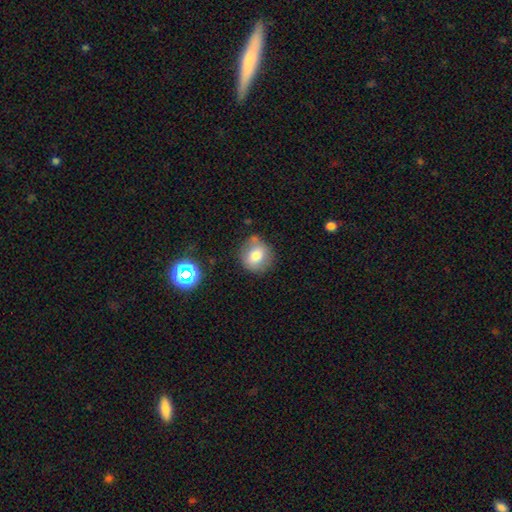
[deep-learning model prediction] smooth-or-featured: smooth: 74% | featured or disk: 14% | star or artifact: 11%
  how-rounded: round: 81% | in between: 18% | cigar-shaped: 1%
  merging: none: 67% | minor disturbance: 21% | merger: 7% | major disturbance: 6%